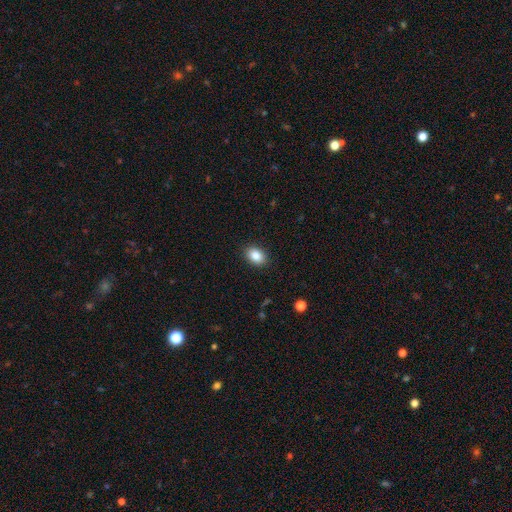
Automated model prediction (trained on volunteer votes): smooth_or_featured: smooth (p=0.86) [alt: star or artifact p=0.08]
how_rounded: in between (p=0.80) [alt: round p=0.18]
merging: none (p=0.89) [alt: minor disturbance p=0.08]